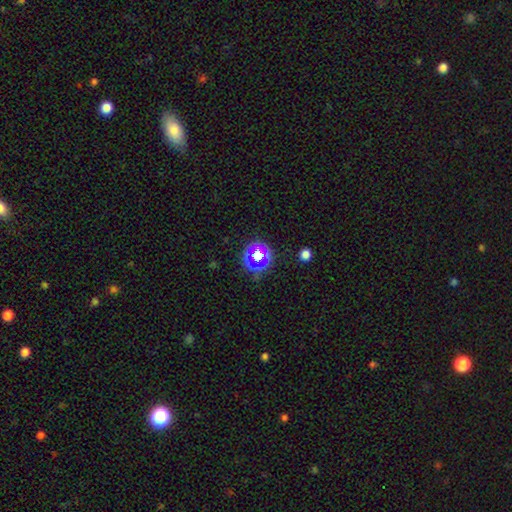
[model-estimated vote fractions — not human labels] smooth_or_featured: star or artifact (p=0.57) [alt: smooth p=0.30]